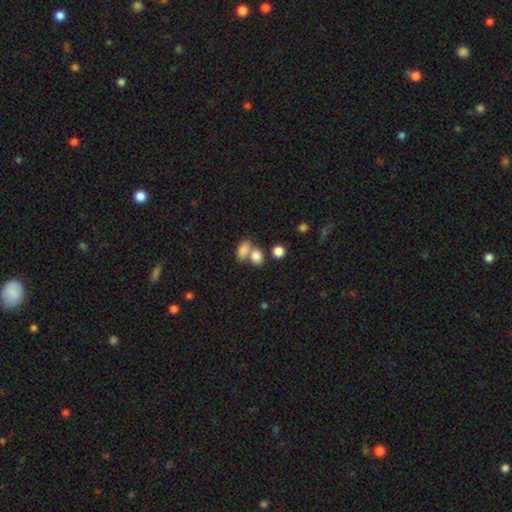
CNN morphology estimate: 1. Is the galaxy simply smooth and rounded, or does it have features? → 82% smooth, 10% star or artifact, 8% featured or disk.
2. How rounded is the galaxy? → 65% in between, 32% round, 2% cigar-shaped.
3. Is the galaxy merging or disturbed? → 48% merger, 38% none, 9% minor disturbance, 5% major disturbance.